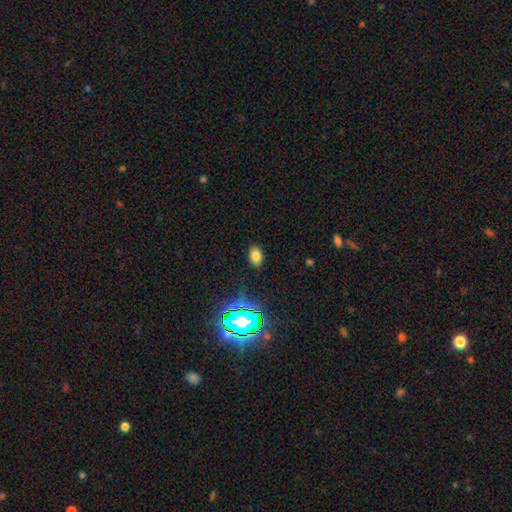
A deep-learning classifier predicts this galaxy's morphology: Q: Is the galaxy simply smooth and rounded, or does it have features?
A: smooth — 73%.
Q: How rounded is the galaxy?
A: in between — 81%.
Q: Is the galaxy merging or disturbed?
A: none — 86%.